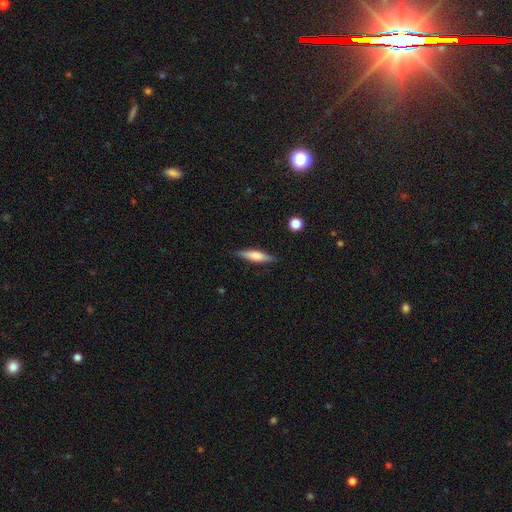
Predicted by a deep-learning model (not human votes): smooth-or-featured: smooth: 51% | featured or disk: 42% | star or artifact: 7%
  how-rounded: cigar-shaped: 76% | in between: 22% | round: 2%
  merging: none: 86% | minor disturbance: 10% | major disturbance: 2% | merger: 1%